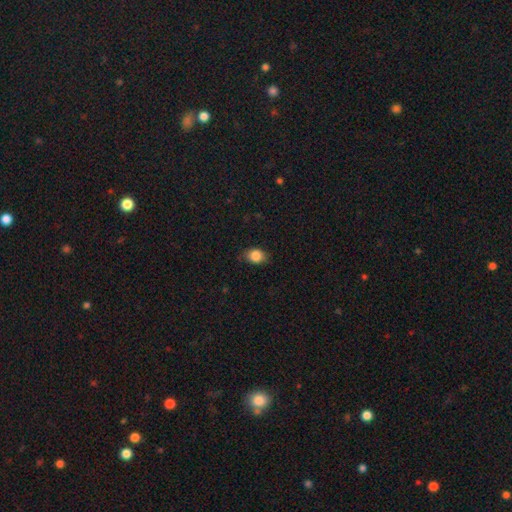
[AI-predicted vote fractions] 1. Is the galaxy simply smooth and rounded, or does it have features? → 85% smooth, 9% star or artifact, 6% featured or disk.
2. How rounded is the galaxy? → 56% in between, 43% round, 1% cigar-shaped.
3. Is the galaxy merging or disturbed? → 77% none, 19% minor disturbance, 3% major disturbance, 1% merger.